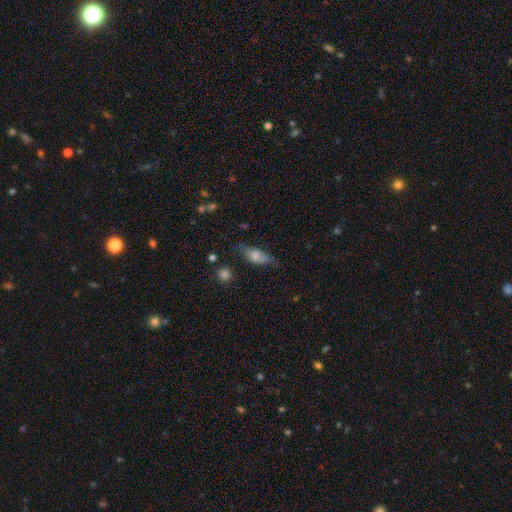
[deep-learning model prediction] smooth_or_featured: smooth (p=0.63) [alt: featured or disk p=0.29]
how_rounded: in between (p=0.76) [alt: cigar-shaped p=0.19]
merging: none (p=0.54) [alt: minor disturbance p=0.31]